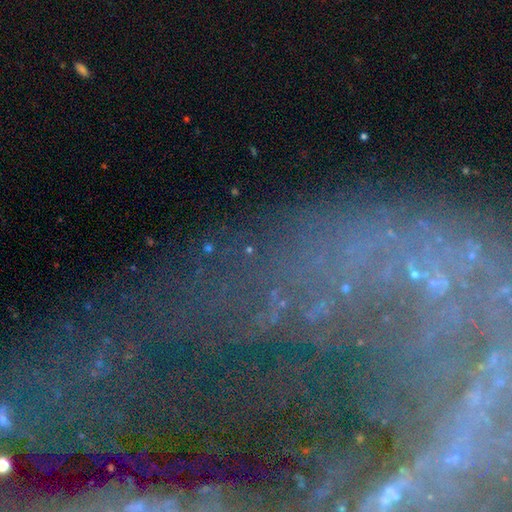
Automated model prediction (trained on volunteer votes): Smooth or featured? featured or disk (51%)
Edge-on disk? no (82%)
Merging? none (51%)